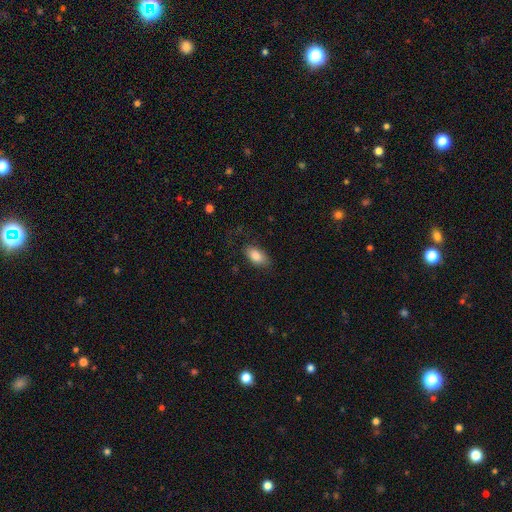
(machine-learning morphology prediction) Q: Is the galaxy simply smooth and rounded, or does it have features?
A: smooth — 84%.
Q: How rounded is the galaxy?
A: in between — 92%.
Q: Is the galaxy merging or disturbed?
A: none — 76%.